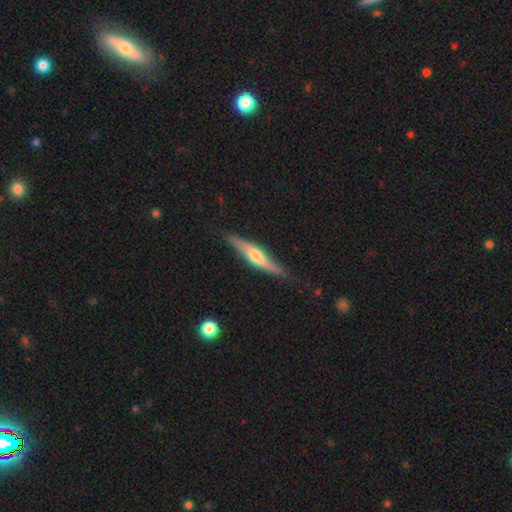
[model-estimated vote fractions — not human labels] smooth-or-featured: featured or disk: 59% | smooth: 36% | star or artifact: 5%
  disk-edge-on: yes: 89% | no: 11%
    edge-on-bulge: rounded: 82% | boxy: 9% | none: 9%
  merging: none: 78% | minor disturbance: 17% | major disturbance: 3% | merger: 1%